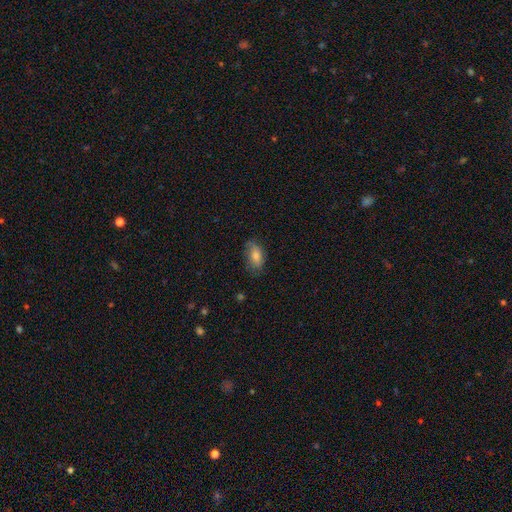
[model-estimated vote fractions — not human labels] A smooth galaxy with no disk features (64%) that is in between round and cigar-shaped (89%).

Vote fractions:
- Smooth or featured? smooth: 64% / featured or disk: 27% / star or artifact: 10%
- How rounded? in between: 89% / round: 6% / cigar-shaped: 5%
- Merging? none: 72% / minor disturbance: 21% / major disturbance: 6% / merger: 1%